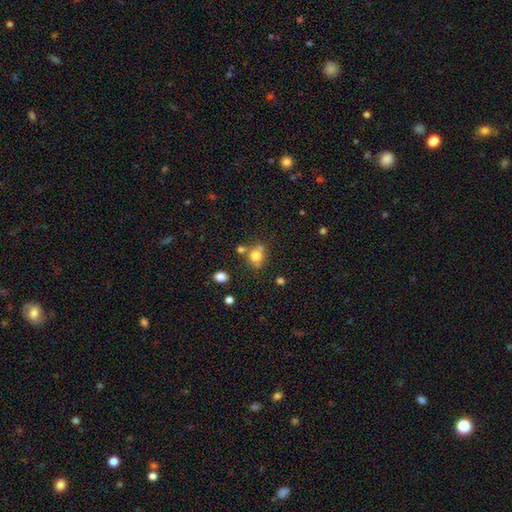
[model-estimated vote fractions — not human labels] Morphology: type=smooth (73%); roundness=round (76%); merging=none (54%).